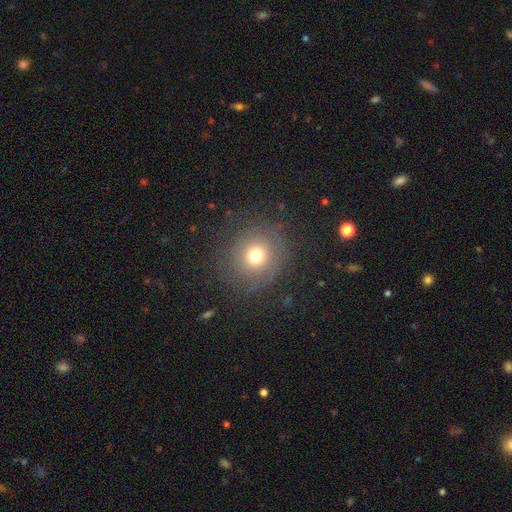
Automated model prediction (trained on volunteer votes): smooth-or-featured: smooth: 65% | featured or disk: 19% | star or artifact: 16%
  how-rounded: round: 87% | in between: 12% | cigar-shaped: 1%
  merging: none: 78% | minor disturbance: 12% | major disturbance: 8% | merger: 1%